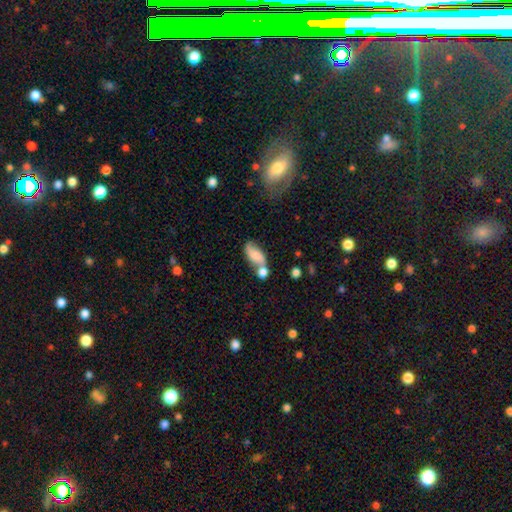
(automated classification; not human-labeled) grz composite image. It shows a smooth galaxy with no disk features (49%). Merging: merger (38%).